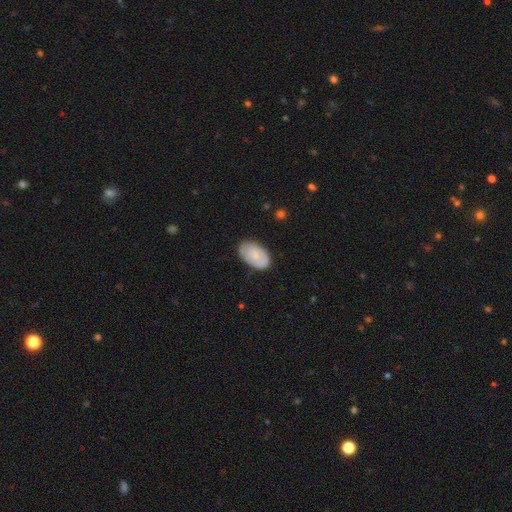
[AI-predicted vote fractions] Smooth or featured?
  - smooth: 69% *
  - featured or disk: 25%
  - star or artifact: 6%
How rounded?
  - in between: 93% *
  - round: 6%
  - cigar-shaped: 1%
Merging?
  - none: 80% *
  - minor disturbance: 16%
  - major disturbance: 3%
  - merger: 1%